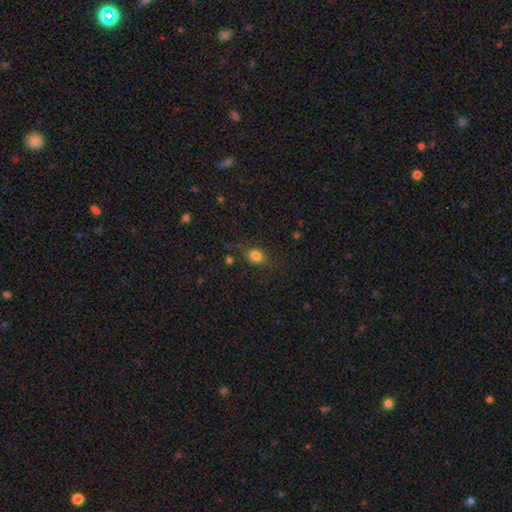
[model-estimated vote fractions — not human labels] smooth-or-featured: smooth: 80% | star or artifact: 13% | featured or disk: 8%
  how-rounded: round: 58% | in between: 40% | cigar-shaped: 2%
  merging: none: 74% | minor disturbance: 16% | major disturbance: 7% | merger: 3%